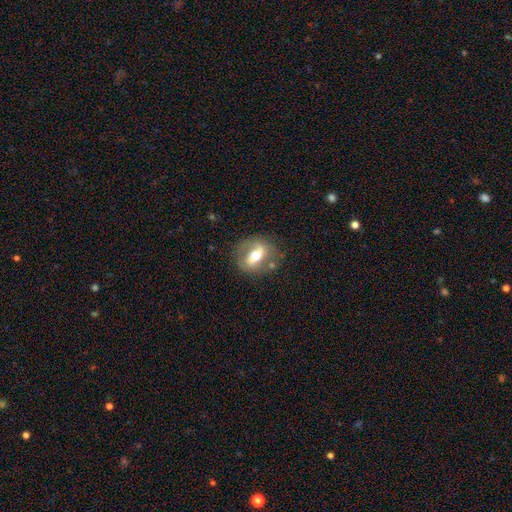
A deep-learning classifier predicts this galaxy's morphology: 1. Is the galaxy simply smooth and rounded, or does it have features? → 60% featured or disk, 32% smooth, 7% star or artifact.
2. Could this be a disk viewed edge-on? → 87% no, 13% yes.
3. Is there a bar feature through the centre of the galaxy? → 46% strong, 31% weak, 22% no.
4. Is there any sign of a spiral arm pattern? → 54% no, 46% yes.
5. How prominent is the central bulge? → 70% moderate, 17% large, 11% small, 2% dominant, 1% none.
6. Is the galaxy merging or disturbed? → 68% none, 19% minor disturbance, 9% major disturbance, 4% merger.